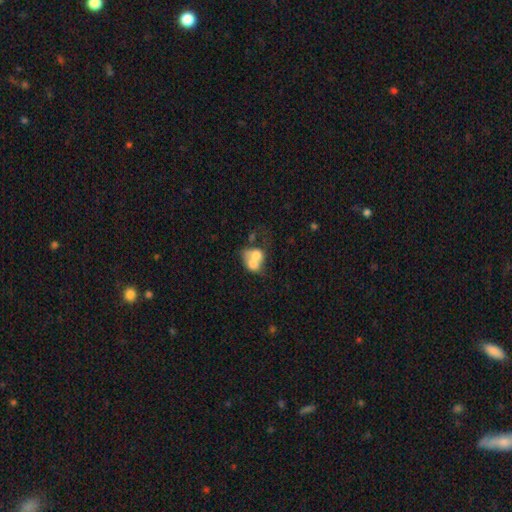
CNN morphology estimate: type=smooth (63%); roundness=in between (52%); merging=merger (75%).